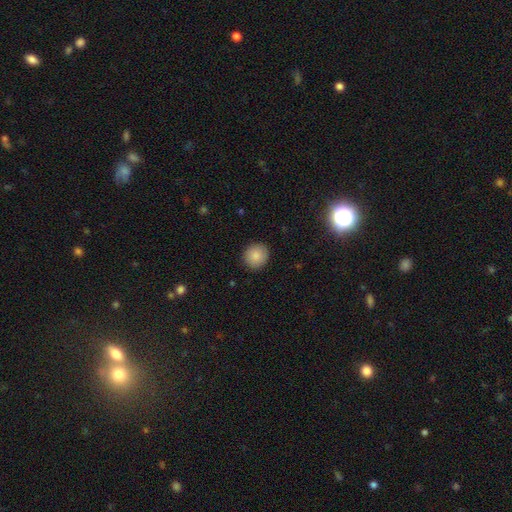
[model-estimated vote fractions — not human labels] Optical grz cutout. It shows a smooth galaxy with no disk features (87%) that is round (89%). Merging: none (90%).